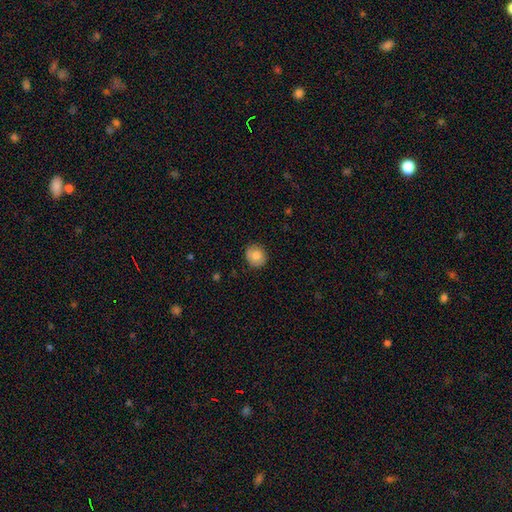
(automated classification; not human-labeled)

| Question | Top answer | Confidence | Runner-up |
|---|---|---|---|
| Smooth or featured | smooth | 79% | featured or disk (12%) |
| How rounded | round | 75% | in between (24%) |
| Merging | none | 85% | minor disturbance (12%) |